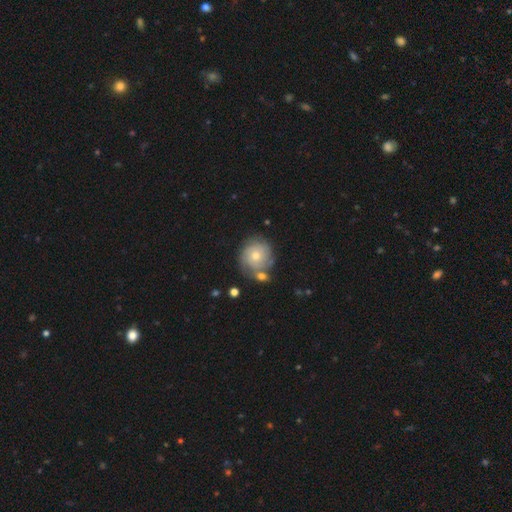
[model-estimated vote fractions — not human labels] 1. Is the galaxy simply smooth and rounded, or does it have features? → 50% featured or disk, 40% smooth, 10% star or artifact.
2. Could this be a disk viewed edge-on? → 97% no, 3% yes.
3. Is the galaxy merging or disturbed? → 68% none, 14% minor disturbance, 13% merger, 5% major disturbance.